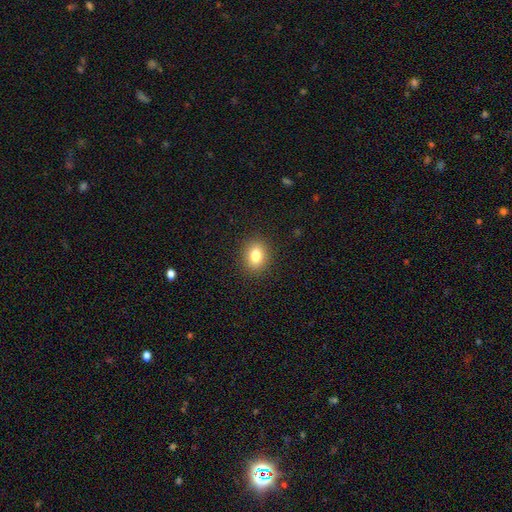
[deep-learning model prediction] Overall: smooth (81%). How rounded: in between (52%; round 47%). Merging: none (89%).